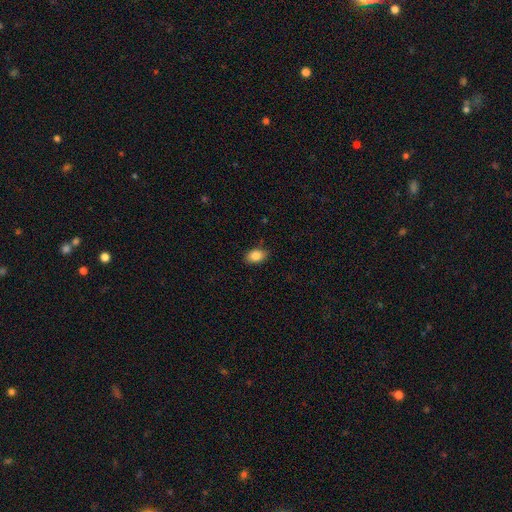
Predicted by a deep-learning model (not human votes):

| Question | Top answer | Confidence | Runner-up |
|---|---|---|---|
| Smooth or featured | smooth | 86% | star or artifact (8%) |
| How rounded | in between | 87% | round (12%) |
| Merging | none | 85% | minor disturbance (12%) |